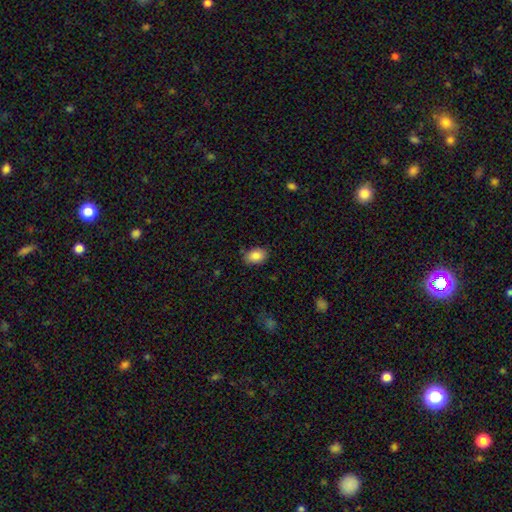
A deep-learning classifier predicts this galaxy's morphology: Smooth or featured? Predicted: smooth (p=0.86). How rounded? Predicted: in between (p=0.84). Merging? Predicted: none (p=0.83).